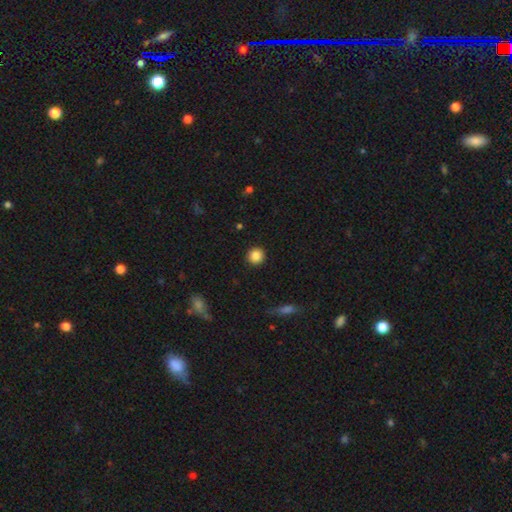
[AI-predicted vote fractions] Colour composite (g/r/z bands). It shows a smooth galaxy with no disk features (86%) that is round (94%). Merging: none (92%).